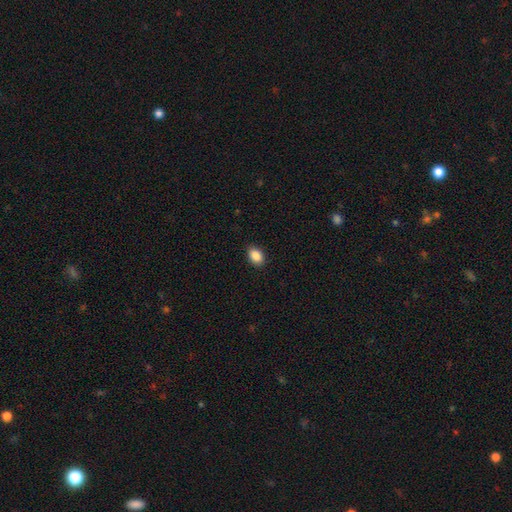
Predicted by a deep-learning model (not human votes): This is clearly a smooth galaxy (88%). How rounded: clearly in between (82%). Merging: clearly none (89%).